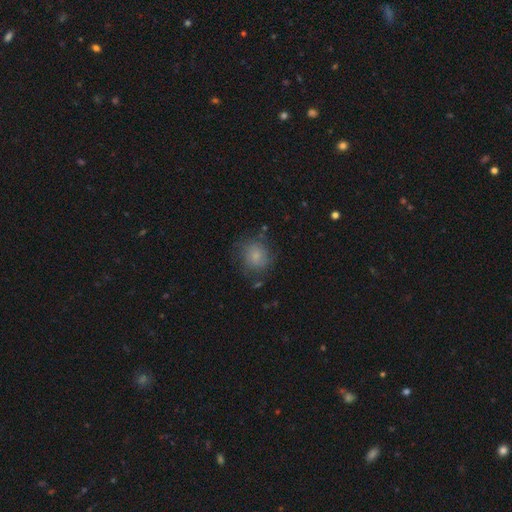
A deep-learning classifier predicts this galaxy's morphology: Q: Smooth or featured?
A: smooth (72%); runner-up: featured or disk (18%)
Q: How rounded?
A: round (81%); runner-up: in between (18%)
Q: Merging?
A: none (68%); runner-up: minor disturbance (20%)